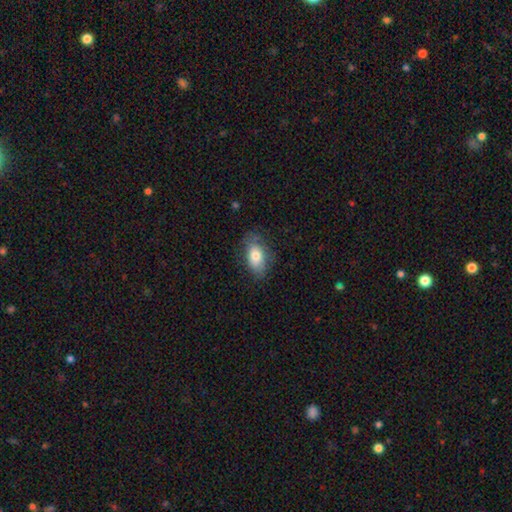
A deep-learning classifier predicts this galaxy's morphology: type=smooth (75%); roundness=in between (88%); merging=none (69%).